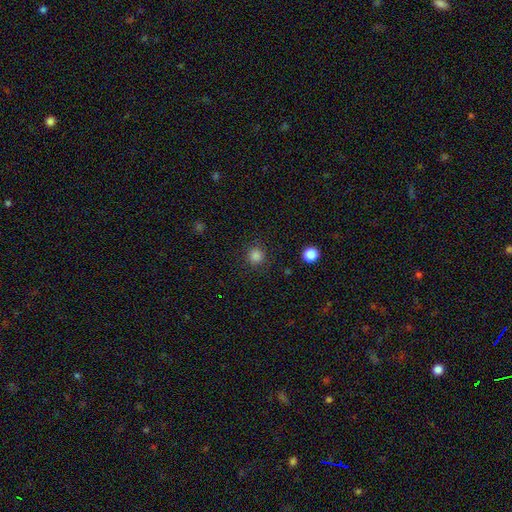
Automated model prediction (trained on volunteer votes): Q: Smooth or featured?
A: smooth (84%); runner-up: star or artifact (13%)
Q: How rounded?
A: round (93%); runner-up: in between (6%)
Q: Merging?
A: none (88%); runner-up: minor disturbance (8%)